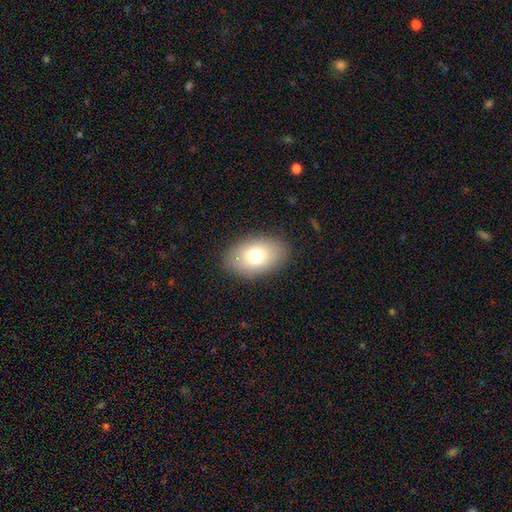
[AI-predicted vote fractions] Smooth or featured? Predicted: smooth (p=0.74). How rounded? Predicted: in between (p=0.86). Merging? Predicted: none (p=0.86).